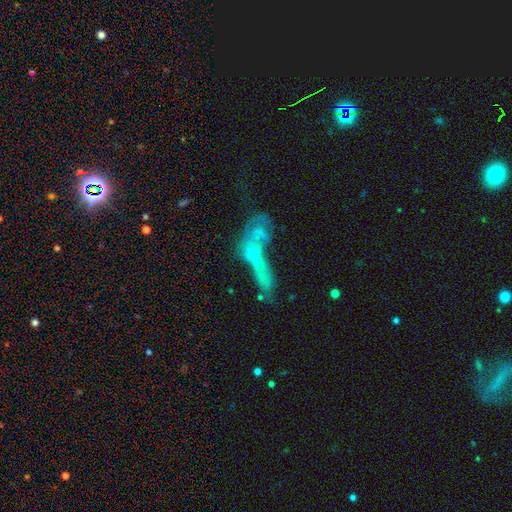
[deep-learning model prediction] Smooth or featured?
  - featured or disk: 53% *
  - smooth: 32%
  - star or artifact: 15%
Edge-on disk?
  - no: 87% *
  - yes: 13%
Merging?
  - merger: 57% *
  - none: 17%
  - major disturbance: 17%
  - minor disturbance: 8%